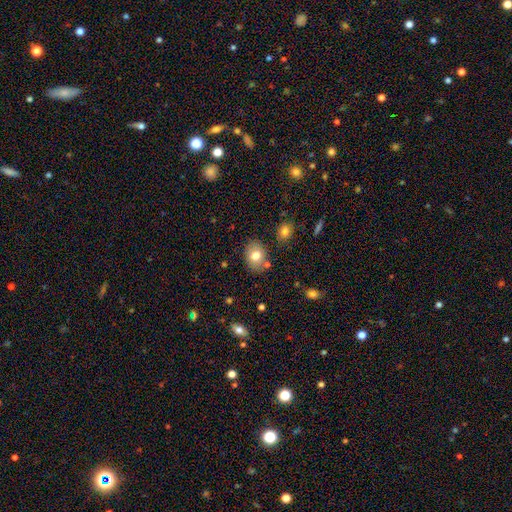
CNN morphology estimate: Q: Smooth or featured?
A: smooth (76%); runner-up: featured or disk (15%)
Q: How rounded?
A: in between (58%); runner-up: round (41%)
Q: Merging?
A: none (79%); runner-up: minor disturbance (12%)